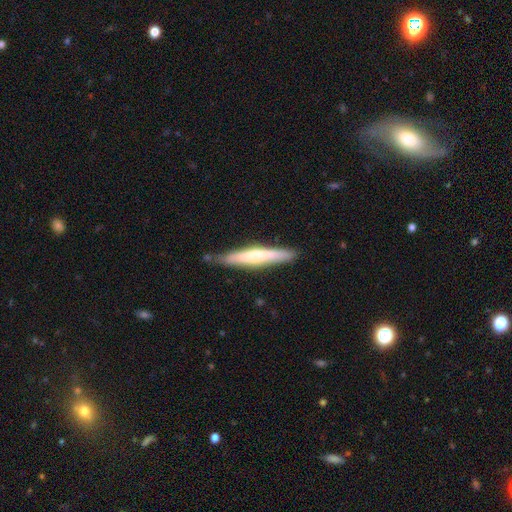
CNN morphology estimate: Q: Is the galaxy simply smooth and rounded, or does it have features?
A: featured or disk — 54%.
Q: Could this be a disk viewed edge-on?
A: yes — 93%.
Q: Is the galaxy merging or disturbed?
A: none — 83%.